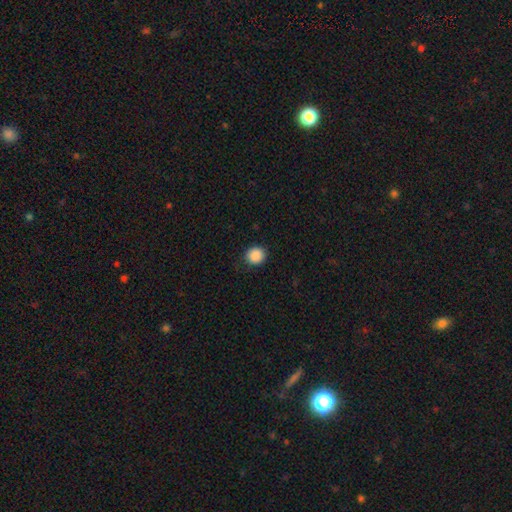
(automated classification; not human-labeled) smooth_or_featured: smooth (p=0.89) [alt: star or artifact p=0.09]
how_rounded: round (p=0.87) [alt: in between p=0.12]
merging: none (p=0.86) [alt: minor disturbance p=0.10]